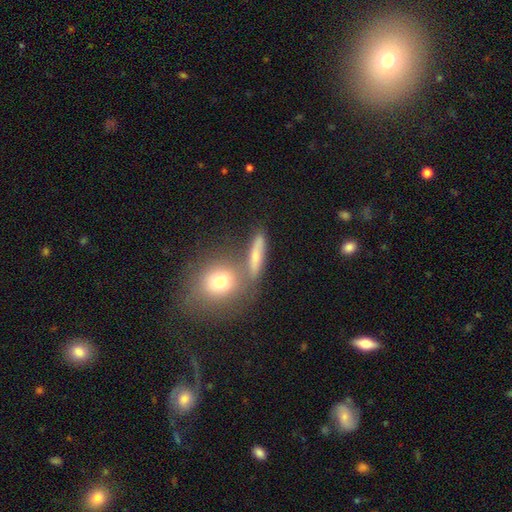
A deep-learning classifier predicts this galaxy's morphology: This is likely a smooth galaxy (65%). How rounded: possibly cigar-shaped (48%). Merging: likely none (64%).